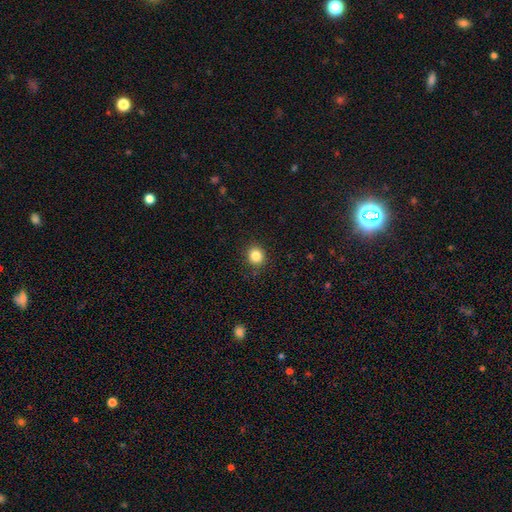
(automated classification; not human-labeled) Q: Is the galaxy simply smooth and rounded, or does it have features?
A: smooth — 84%.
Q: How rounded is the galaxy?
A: round — 87%.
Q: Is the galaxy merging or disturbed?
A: none — 89%.